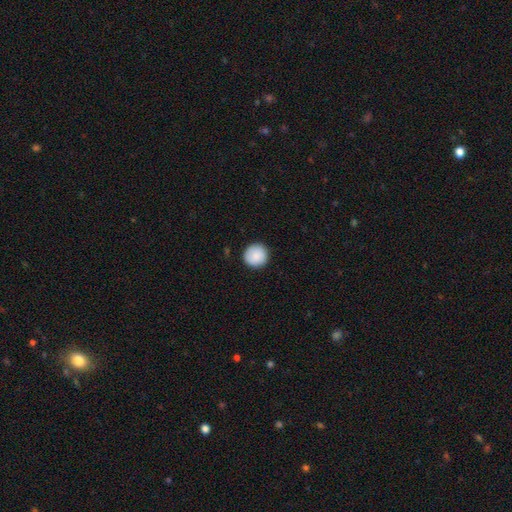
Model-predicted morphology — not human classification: A smooth galaxy with no disk features (89%) that is round (95%).

Vote fractions:
- Smooth or featured? smooth: 89% / star or artifact: 7% / featured or disk: 4%
- How rounded? round: 95% / in between: 4% / cigar-shaped: 1%
- Merging? none: 90% / minor disturbance: 7% / major disturbance: 2% / merger: 1%